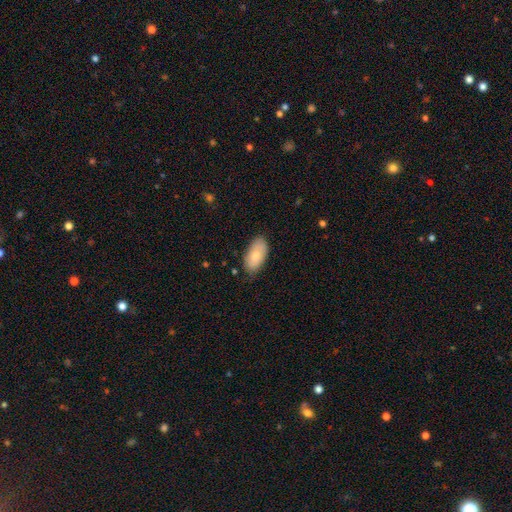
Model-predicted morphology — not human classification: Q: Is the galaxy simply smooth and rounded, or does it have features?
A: smooth — 82%.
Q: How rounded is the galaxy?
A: in between — 94%.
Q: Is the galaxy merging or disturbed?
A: none — 77%.